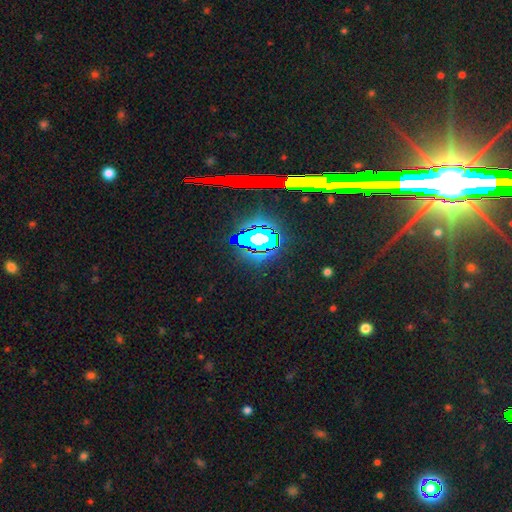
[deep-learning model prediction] A star or artifact, not a galaxy (80%).